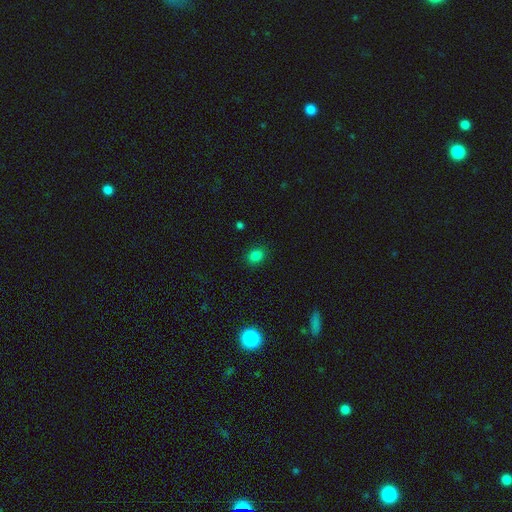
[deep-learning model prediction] Smooth or featured: smooth — 81% (star or artifact — 15%)
How rounded: round — 51% (in between — 48%)
Merging: none — 88% (minor disturbance — 8%)